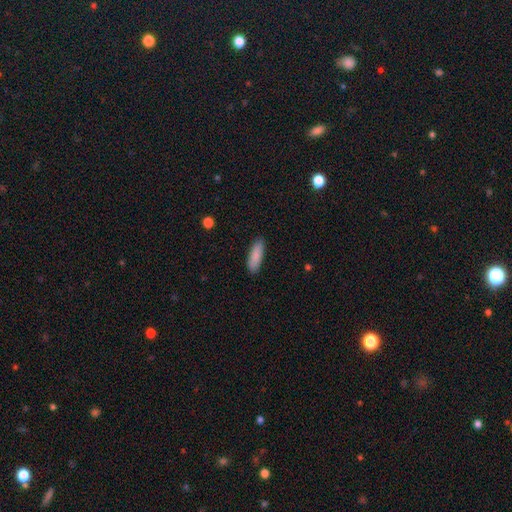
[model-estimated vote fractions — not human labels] Morphology: type=smooth (87%); roundness=in between (53%); merging=none (87%).